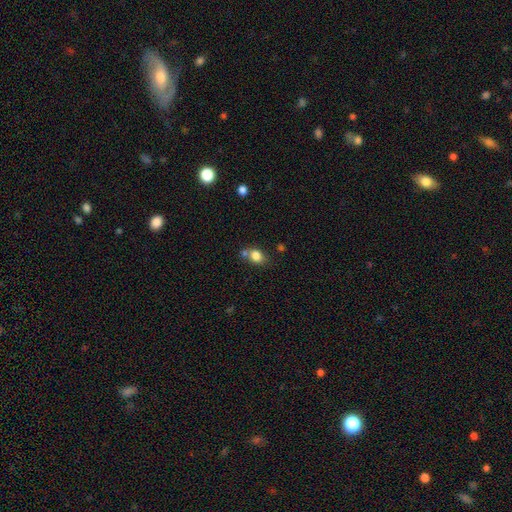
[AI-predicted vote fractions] Smooth or featured? smooth (81%)
How rounded? in between (55%)
Merging? none (54%)